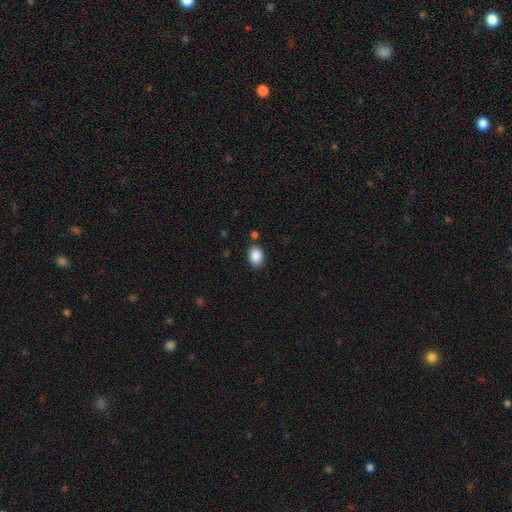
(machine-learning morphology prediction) type=smooth (88%); roundness=in between (78%); merging=none (84%).